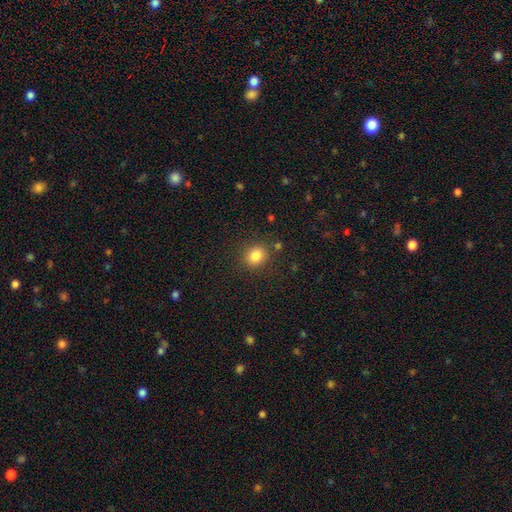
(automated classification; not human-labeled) Smooth or featured? smooth (83%)
How rounded? round (72%)
Merging? none (84%)